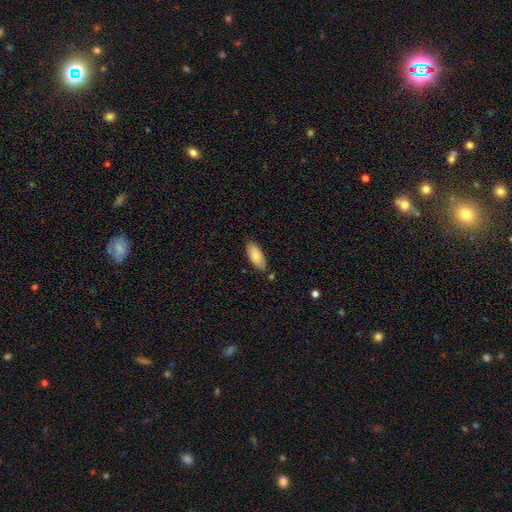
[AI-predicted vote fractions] Smooth or featured? smooth (84%)
How rounded? in between (88%)
Merging? none (79%)